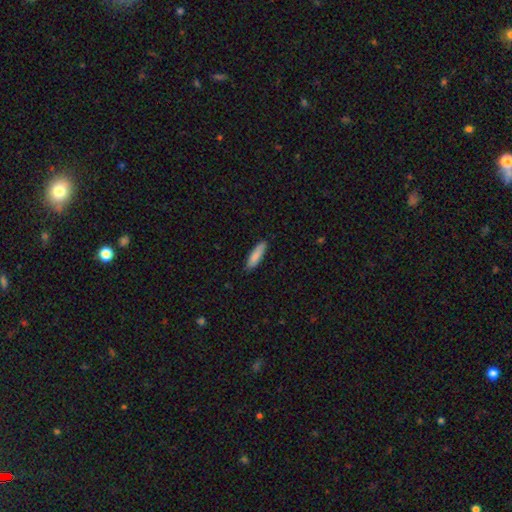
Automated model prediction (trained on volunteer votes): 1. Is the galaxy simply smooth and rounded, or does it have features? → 85% smooth, 9% featured or disk, 6% star or artifact.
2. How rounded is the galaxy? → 69% cigar-shaped, 30% in between, 1% round.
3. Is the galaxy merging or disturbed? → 86% none, 11% minor disturbance, 2% major disturbance, 1% merger.